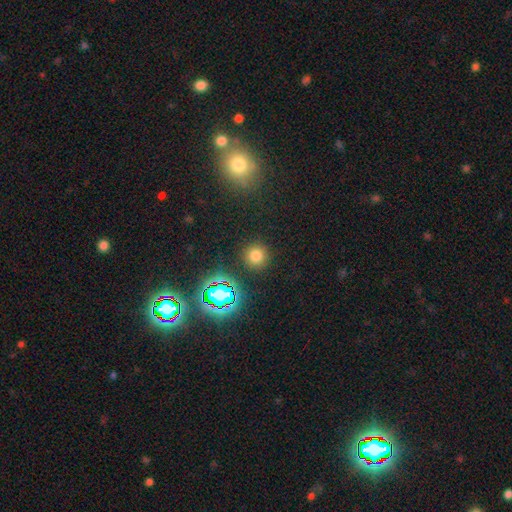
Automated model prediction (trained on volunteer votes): This appears to be a smooth galaxy with no disk features (73%) that is round (94%). Merging: none (89%).